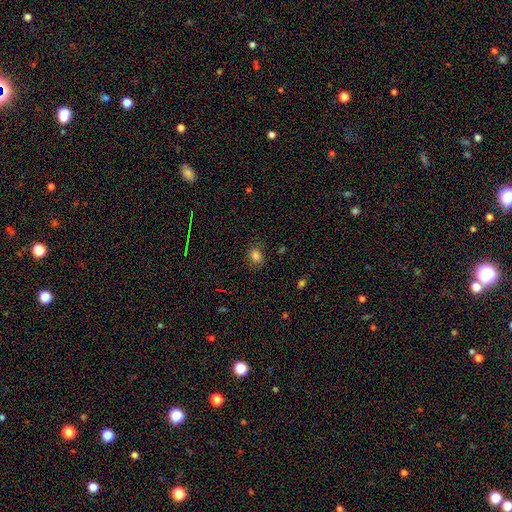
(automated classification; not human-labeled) A smooth galaxy with no disk features (81%) that is round (60%).

Vote fractions:
- Smooth or featured? smooth: 81% / star or artifact: 14% / featured or disk: 5%
- How rounded? round: 60% / in between: 39% / cigar-shaped: 1%
- Merging? none: 82% / minor disturbance: 13% / major disturbance: 4% / merger: 1%